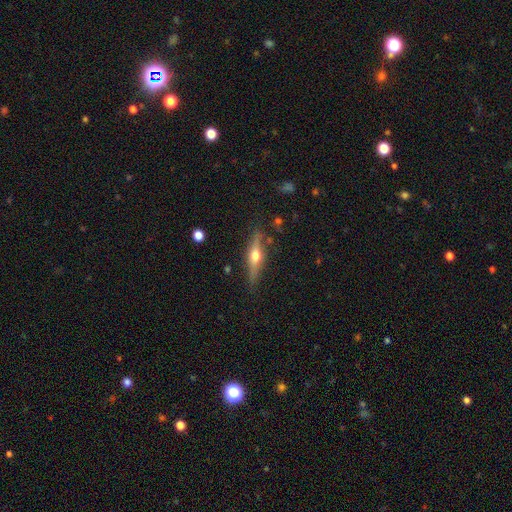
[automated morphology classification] This is likely a featured or disk galaxy (64%). It is clearly viewed edge-on (94%). Edge-on bulge: clearly rounded (95%). Merging: clearly none (83%).